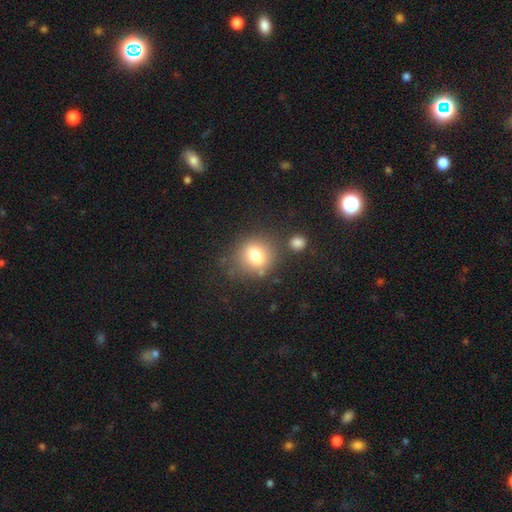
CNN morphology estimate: Smooth or featured? smooth (74%)
How rounded? round (75%)
Merging? none (74%)